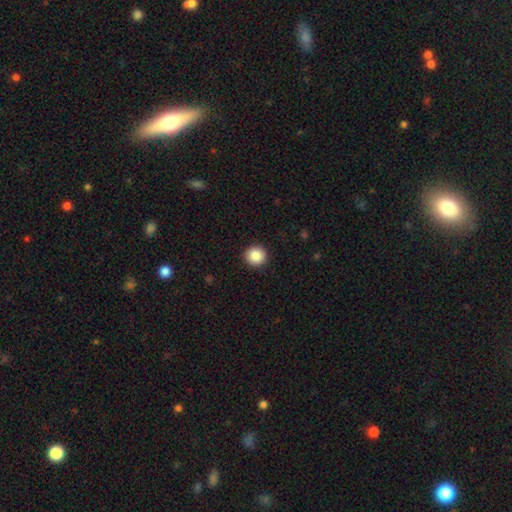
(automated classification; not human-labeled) This is clearly a smooth galaxy (88%). How rounded: clearly round (94%). Merging: clearly none (93%).